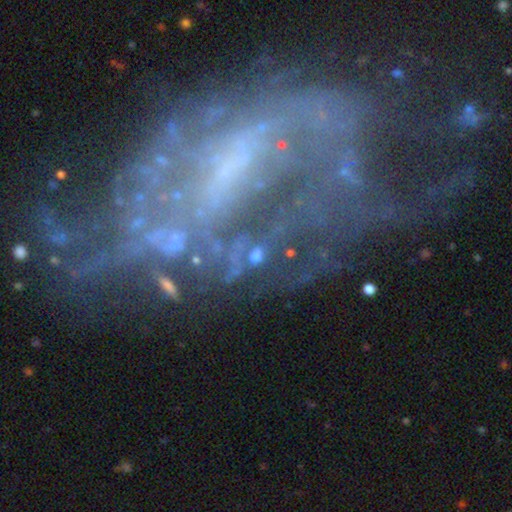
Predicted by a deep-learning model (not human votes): A featured or disk galaxy (47%). Merging: none (53%).